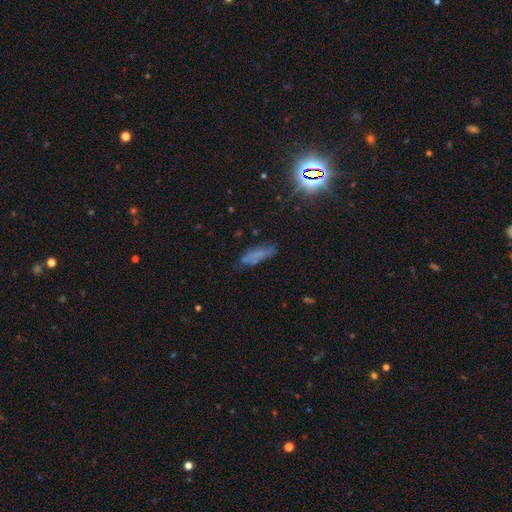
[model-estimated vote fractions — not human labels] A smooth galaxy with no disk features (49%). Merging: none (62%).